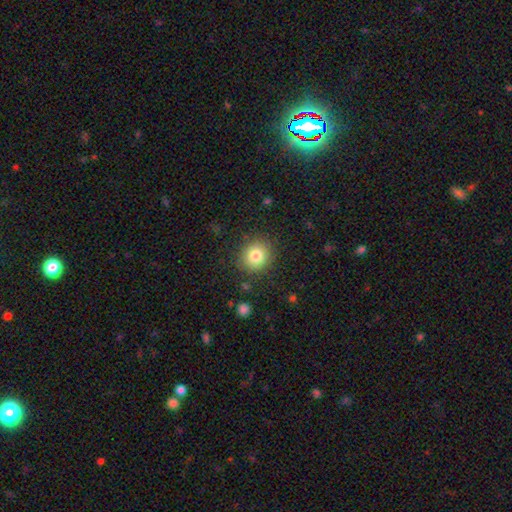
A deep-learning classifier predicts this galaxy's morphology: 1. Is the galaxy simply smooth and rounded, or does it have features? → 81% smooth, 11% star or artifact, 8% featured or disk.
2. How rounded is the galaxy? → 87% round, 12% in between, 1% cigar-shaped.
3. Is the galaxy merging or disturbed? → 87% none, 8% minor disturbance, 3% major disturbance, 2% merger.